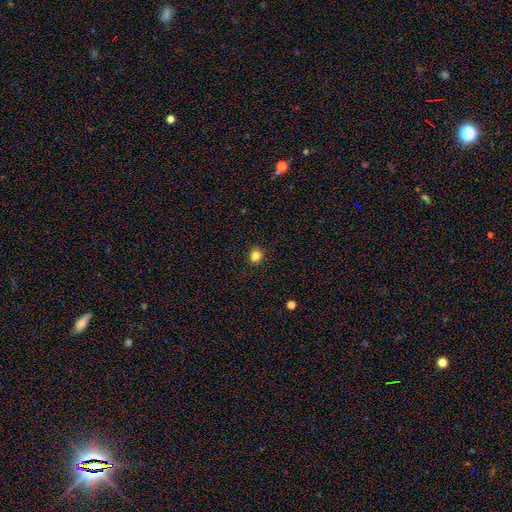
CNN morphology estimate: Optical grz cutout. It shows a smooth galaxy with no disk features (83%) that is round (83%). Merging: none (92%).